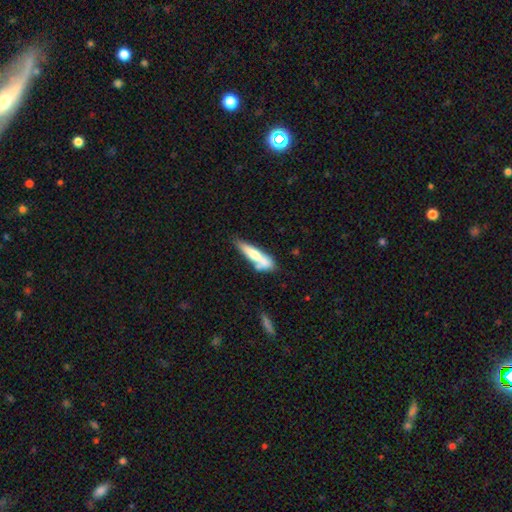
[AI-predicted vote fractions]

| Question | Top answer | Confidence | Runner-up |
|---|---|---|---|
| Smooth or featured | smooth | 63% | featured or disk (31%) |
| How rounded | cigar-shaped | 79% | in between (19%) |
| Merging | none | 44% | merger (27%) |